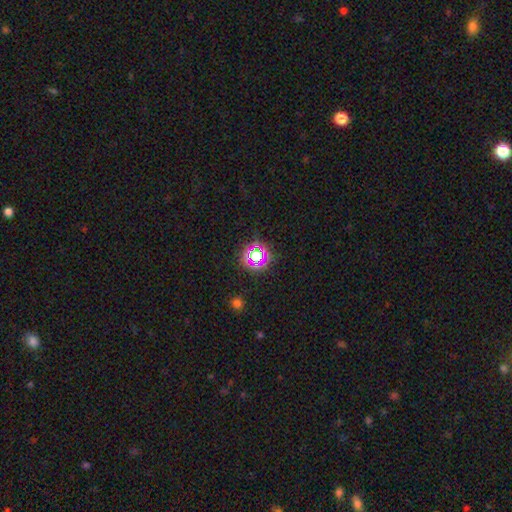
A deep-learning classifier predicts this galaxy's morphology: A star or artifact, not a galaxy (66%).

Vote fractions:
- Smooth or featured? star or artifact: 66% / smooth: 23% / featured or disk: 11%